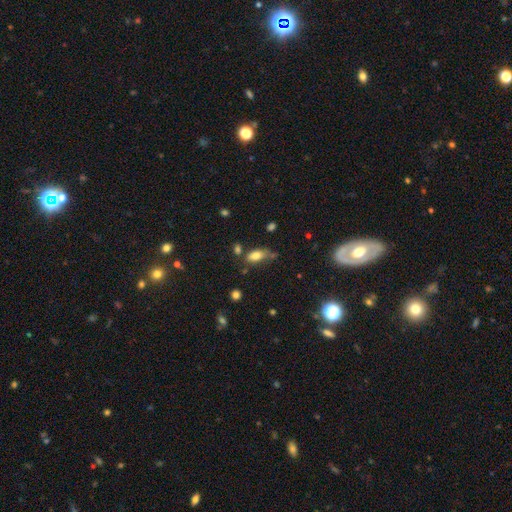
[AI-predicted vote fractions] smooth_or_featured: smooth (p=0.78) [alt: featured or disk p=0.12]
how_rounded: in between (p=0.85) [alt: cigar-shaped p=0.11]
merging: none (p=0.40) [alt: minor disturbance p=0.31]